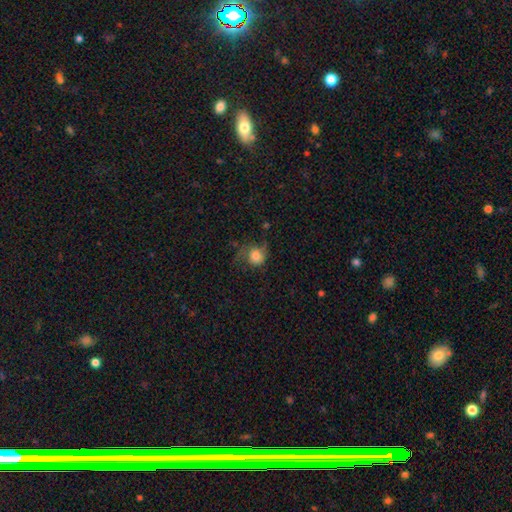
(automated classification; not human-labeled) A smooth galaxy with no disk features (69%) that is round (78%).

Vote fractions:
- Smooth or featured? smooth: 69% / featured or disk: 20% / star or artifact: 10%
- How rounded? round: 78% / in between: 21% / cigar-shaped: 1%
- Merging? none: 43% / minor disturbance: 27% / major disturbance: 27% / merger: 3%